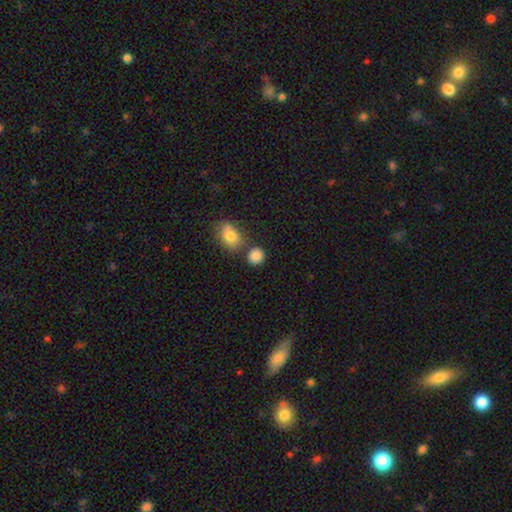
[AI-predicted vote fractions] Smooth or featured? smooth (85%)
How rounded? round (84%)
Merging? none (73%)